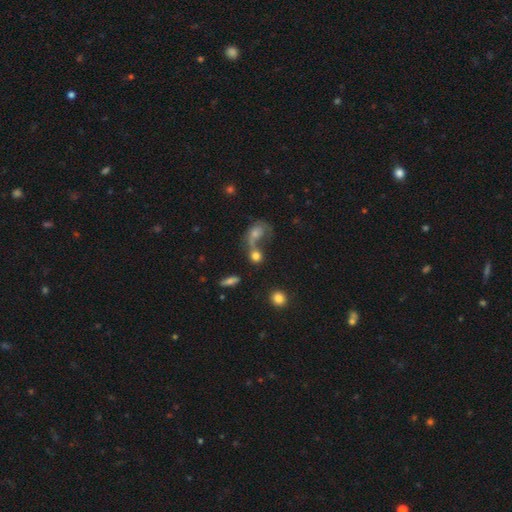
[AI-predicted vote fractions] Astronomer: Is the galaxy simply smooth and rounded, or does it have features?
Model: smooth — 69%.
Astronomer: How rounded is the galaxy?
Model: round — 66%.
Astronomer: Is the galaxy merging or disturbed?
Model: merger — 50% (runner-up: none, 29%).